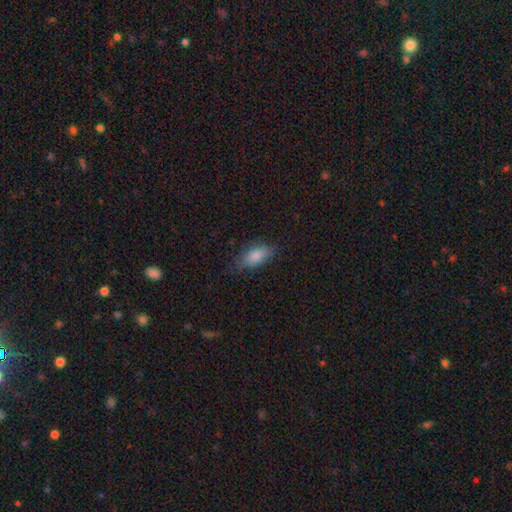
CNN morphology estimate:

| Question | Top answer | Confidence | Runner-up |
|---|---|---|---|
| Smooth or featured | smooth | 83% | featured or disk (10%) |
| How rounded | in between | 87% | cigar-shaped (9%) |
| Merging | none | 71% | minor disturbance (21%) |